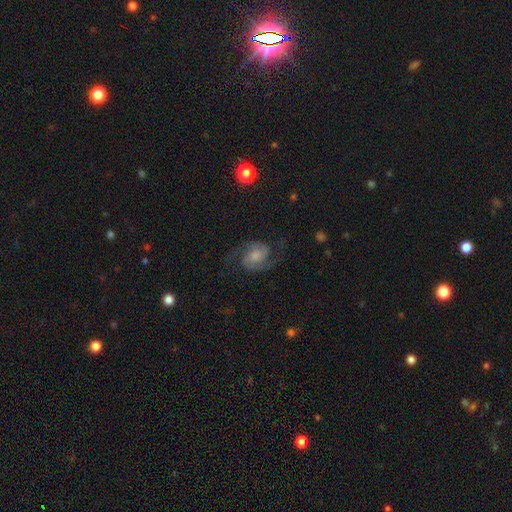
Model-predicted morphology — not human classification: Smooth or featured?
  - featured or disk: 84% *
  - smooth: 9%
  - star or artifact: 7%
Edge-on disk?
  - no: 98% *
  - yes: 2%
Bar?
  - no: 56% *
  - weak: 36%
  - strong: 9%
Spiral arms?
  - yes: 97% *
  - no: 3%
Spiral winding?
  - medium: 55% *
  - loose: 30%
  - tight: 16%
Spiral arm count?
  - 2: 94% *
  - can't tell: 2%
  - 1: 1%
  - 3: 1%
  - 4: 1%
  - more than 4: 1%
Bulge size?
  - moderate: 34% *
  - small: 27%
  - none: 20%
  - large: 16%
  - dominant: 3%
Merging?
  - none: 75% *
  - minor disturbance: 14%
  - major disturbance: 10%
  - merger: 1%